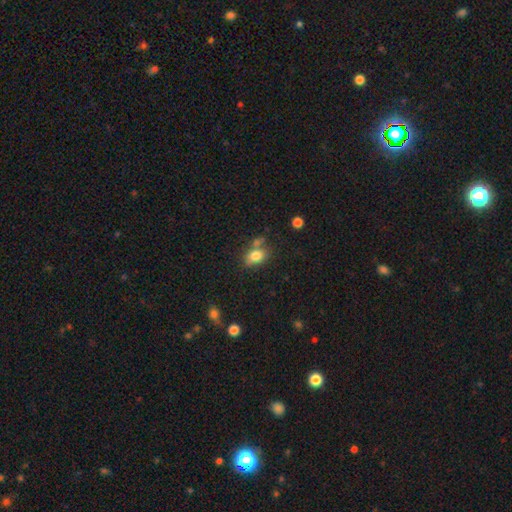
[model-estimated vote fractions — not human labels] Smooth or featured: smooth — 80% (featured or disk — 10%)
How rounded: in between — 76% (round — 22%)
Merging: none — 57% (merger — 20%)